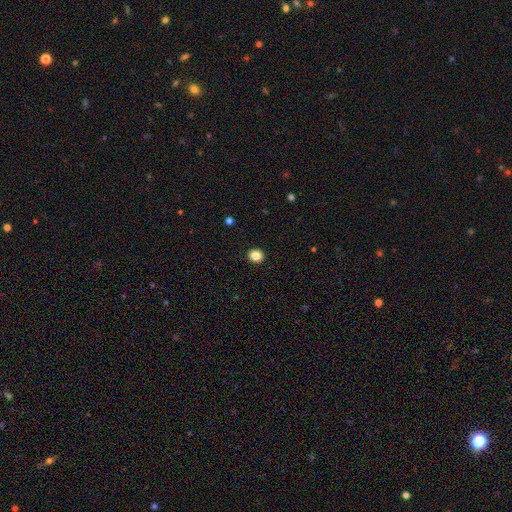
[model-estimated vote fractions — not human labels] smooth 86%, star or artifact 10%, featured or disk 4%. Down the decision tree: how rounded — round (76%); merging — none (92%).